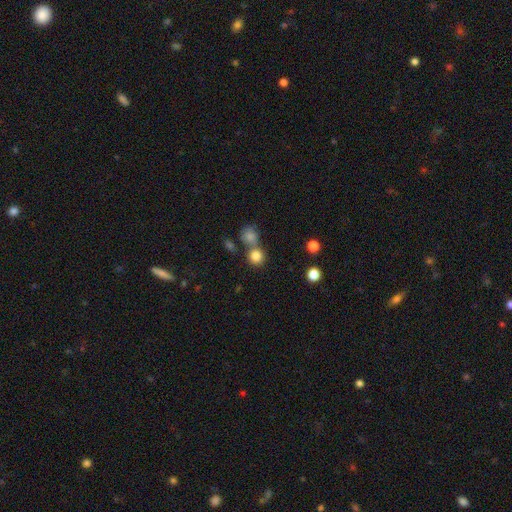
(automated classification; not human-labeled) Overall: smooth (82%). How rounded: round (89%). Merging: none (58%; merger 32%).